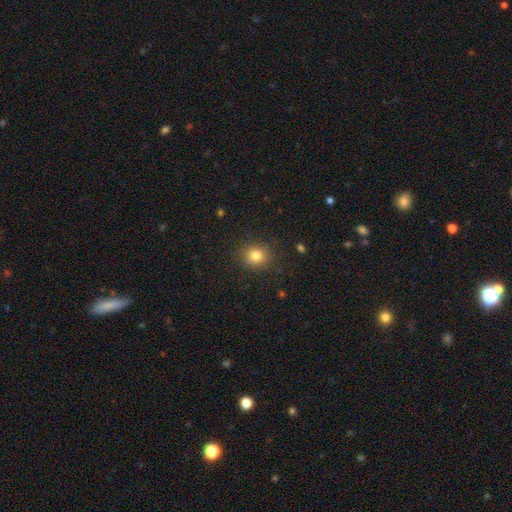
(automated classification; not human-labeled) Smooth or featured: smooth — 81% (star or artifact — 12%)
How rounded: round — 77% (in between — 22%)
Merging: none — 87% (minor disturbance — 9%)